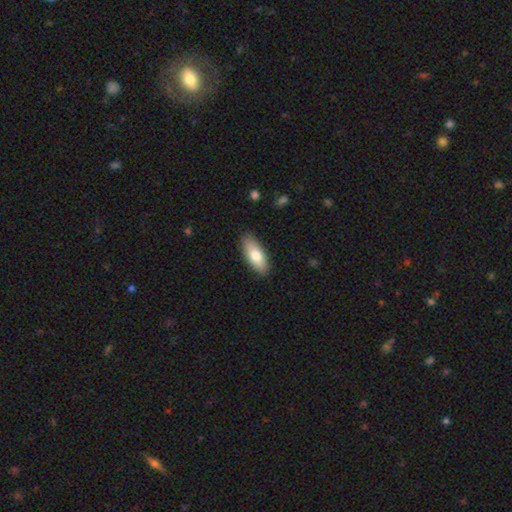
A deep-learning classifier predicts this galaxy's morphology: Smooth or featured: smooth — 78% (featured or disk — 16%)
How rounded: in between — 79% (cigar-shaped — 19%)
Merging: none — 87% (minor disturbance — 10%)